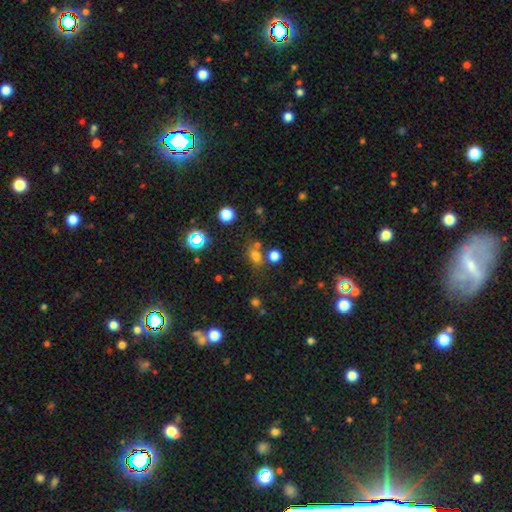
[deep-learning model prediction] Overall: smooth (68%). How rounded: in between (52%; round 45%). Merging: none (65%).